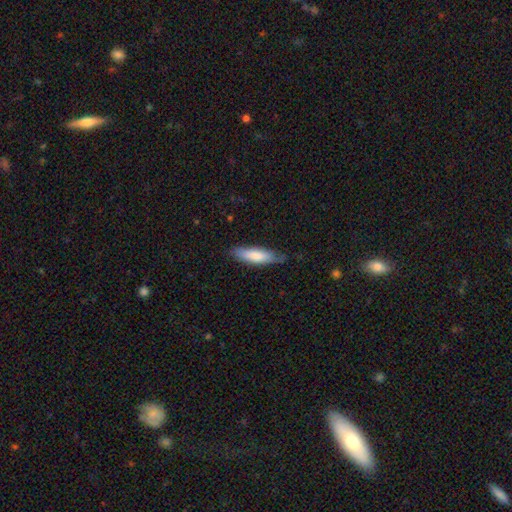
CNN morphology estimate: Q: Smooth or featured?
A: smooth (77%); runner-up: featured or disk (18%)
Q: How rounded?
A: cigar-shaped (62%); runner-up: in between (36%)
Q: Merging?
A: none (75%); runner-up: minor disturbance (21%)